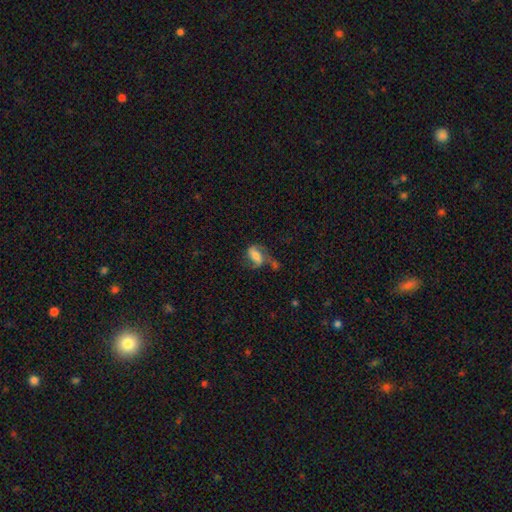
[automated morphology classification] Smooth or featured: featured or disk — 53% (smooth — 37%)
Edge-on disk: no — 95% (yes — 5%)
Bar: no — 39% (weak — 37%)
Spiral arms: yes — 81% (no — 19%)
Bulge size: moderate — 30% (large — 27%)
Merging: none — 32% (major disturbance — 31%)